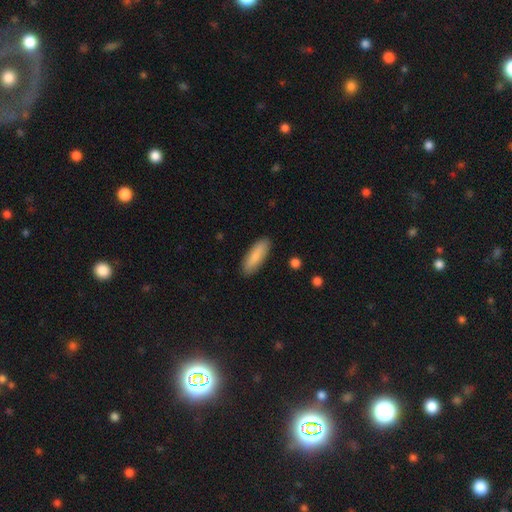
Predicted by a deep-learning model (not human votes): This is clearly a smooth galaxy (84%). How rounded: possibly in between (55%). Merging: clearly none (89%).